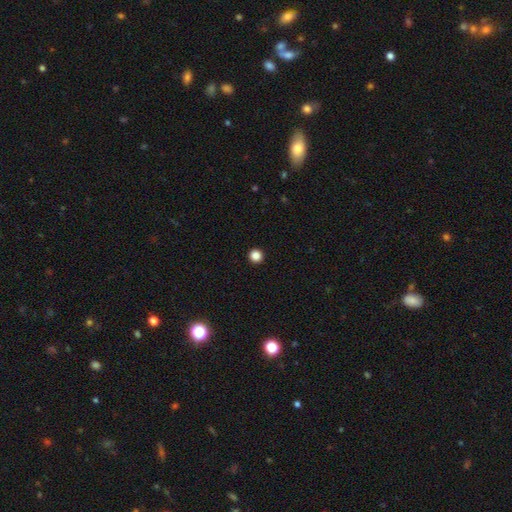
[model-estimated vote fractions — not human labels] Overall: smooth (86%). How rounded: round (96%). Merging: none (94%).